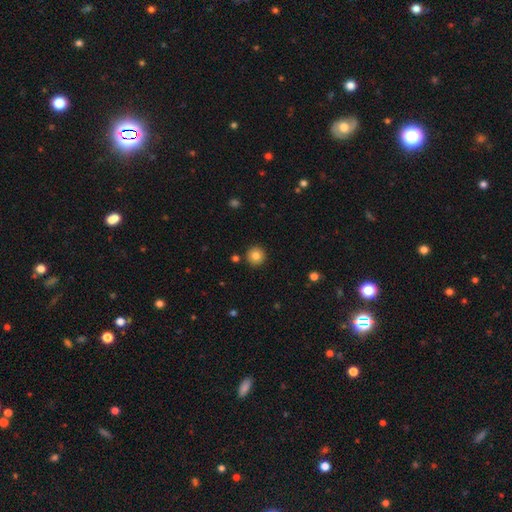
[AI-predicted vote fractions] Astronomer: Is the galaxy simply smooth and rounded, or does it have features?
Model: smooth — 83%.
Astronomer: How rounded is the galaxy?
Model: round — 95%.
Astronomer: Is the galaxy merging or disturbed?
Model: none — 90%.